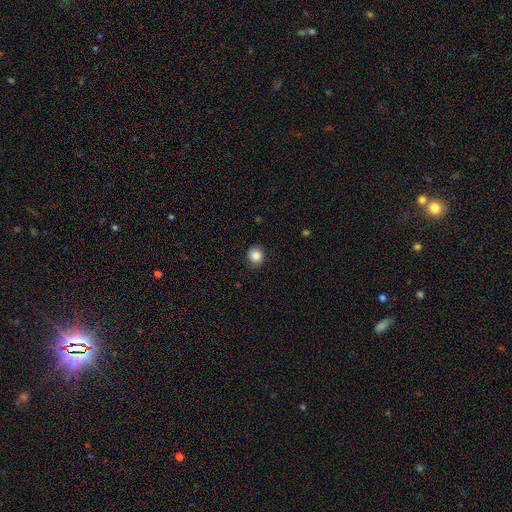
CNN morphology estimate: This is clearly a smooth galaxy (84%). How rounded: clearly round (81%). Merging: clearly none (86%).